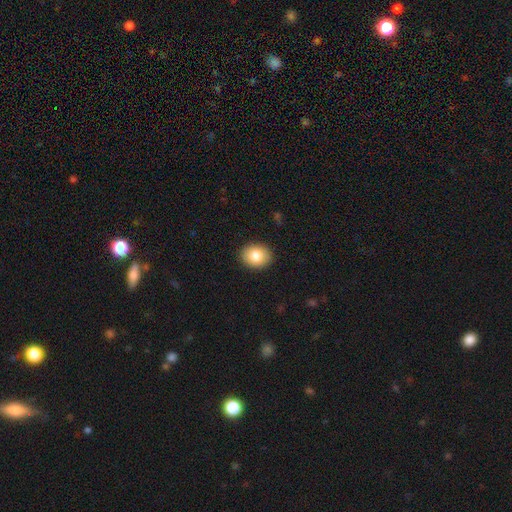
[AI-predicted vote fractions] Smooth or featured: smooth — 84% (featured or disk — 9%)
How rounded: round — 53% (in between — 46%)
Merging: none — 91% (minor disturbance — 7%)